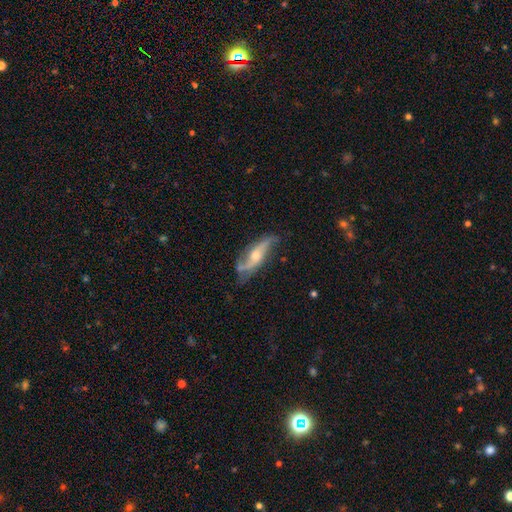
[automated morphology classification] Q: Smooth or featured?
A: featured or disk (77%); runner-up: smooth (16%)
Q: Edge-on disk?
A: no (76%); runner-up: yes (24%)
Q: Bar?
A: no (56%); runner-up: weak (31%)
Q: Spiral arms?
A: yes (92%); runner-up: no (8%)
Q: Spiral winding?
A: loose (68%); runner-up: medium (24%)
Q: Spiral arm count?
A: 2 (87%); runner-up: can't tell (6%)
Q: Bulge size?
A: moderate (59%); runner-up: small (33%)
Q: Merging?
A: none (62%); runner-up: minor disturbance (25%)